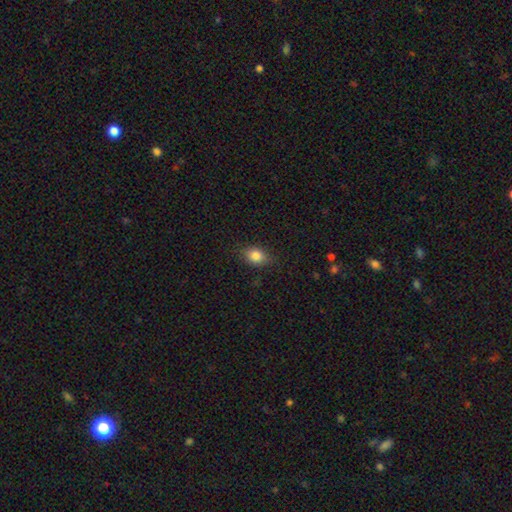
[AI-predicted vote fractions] Smooth or featured? Predicted: smooth (p=0.82). How rounded? Predicted: in between (p=0.70). Merging? Predicted: none (p=0.82).